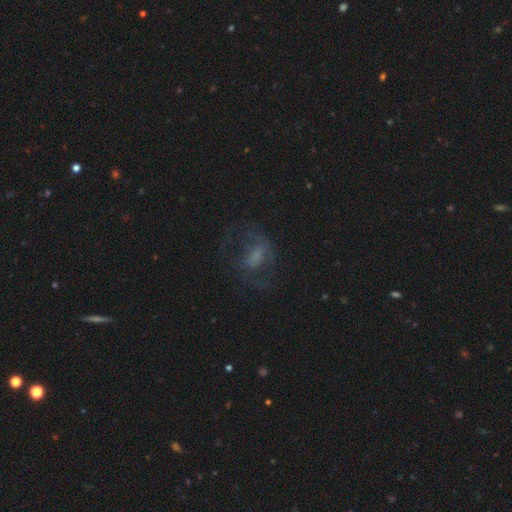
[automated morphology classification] Overall: featured or disk (51%; smooth 32%). Edge-on disk: no (95%). Merging: none (51%; major disturbance 30%).